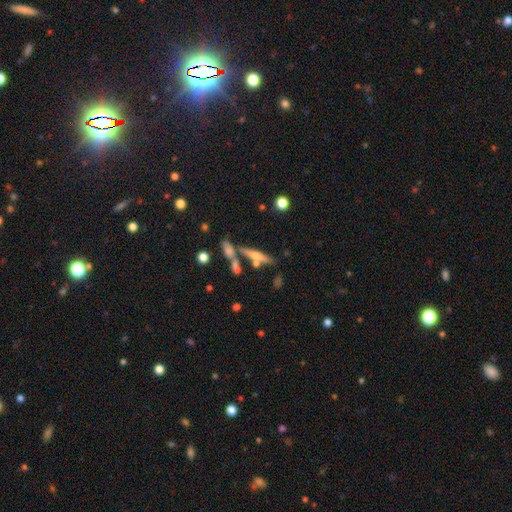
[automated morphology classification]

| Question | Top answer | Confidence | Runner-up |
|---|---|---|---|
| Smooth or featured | featured or disk | 53% | smooth (38%) |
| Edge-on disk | yes | 90% | no (10%) |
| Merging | none | 61% | merger (23%) |